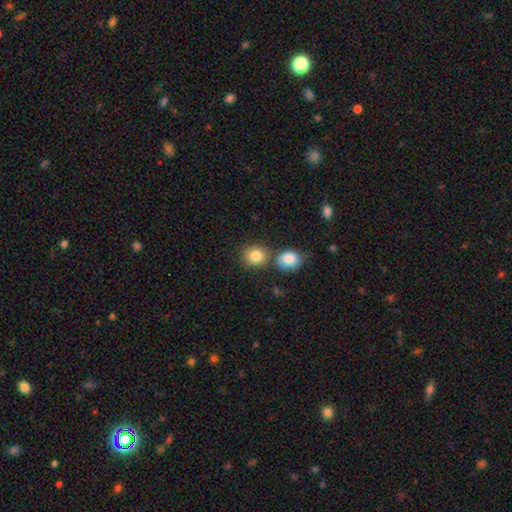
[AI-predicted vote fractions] smooth_or_featured: smooth (p=0.84) [alt: star or artifact p=0.10]
how_rounded: round (p=0.77) [alt: in between p=0.22]
merging: none (p=0.64) [alt: merger p=0.24]